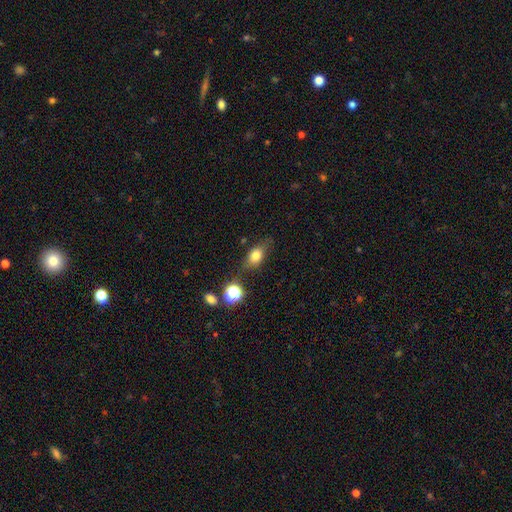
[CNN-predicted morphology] A smooth galaxy with no disk features (75%) that is in between round and cigar-shaped (70%). Merging: none (70%).